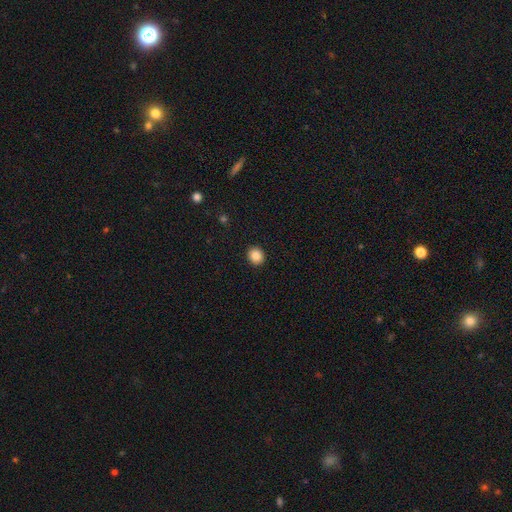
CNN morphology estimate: Smooth or featured? smooth (86%)
How rounded? round (81%)
Merging? none (93%)